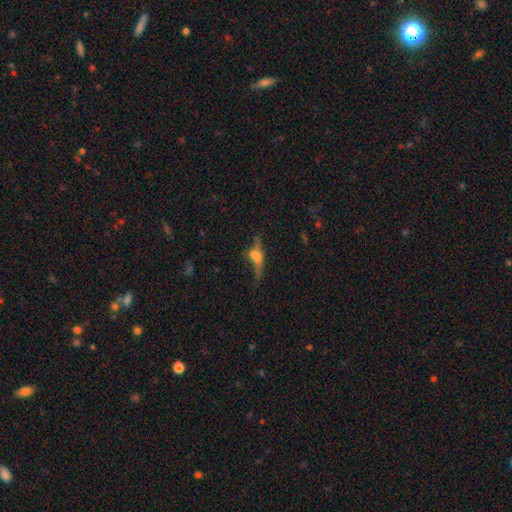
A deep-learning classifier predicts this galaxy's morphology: Q: Smooth or featured?
A: featured or disk (60%); runner-up: smooth (25%)
Q: Edge-on disk?
A: yes (85%); runner-up: no (15%)
Q: Edge-on bulge?
A: rounded (87%); runner-up: boxy (9%)
Q: Merging?
A: none (61%); runner-up: minor disturbance (19%)